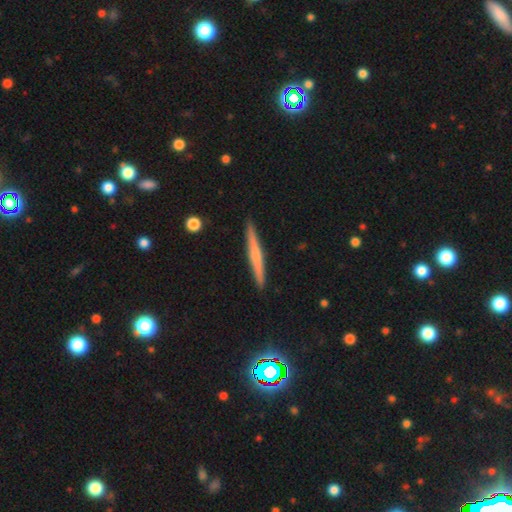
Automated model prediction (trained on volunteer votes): Smooth or featured? Predicted: featured or disk (p=0.48). Merging? Predicted: none (p=0.92).